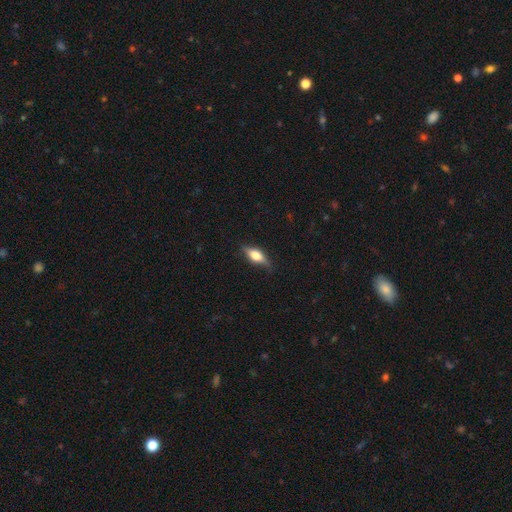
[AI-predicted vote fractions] Q: Smooth or featured?
A: smooth (50%); runner-up: featured or disk (43%)
Q: Merging?
A: none (77%); runner-up: minor disturbance (17%)